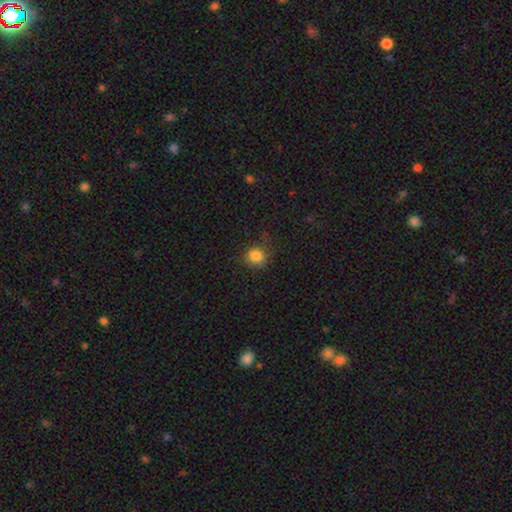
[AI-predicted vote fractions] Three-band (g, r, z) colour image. It shows a smooth galaxy with no disk features (83%) that is round (84%). Merging: none (77%).